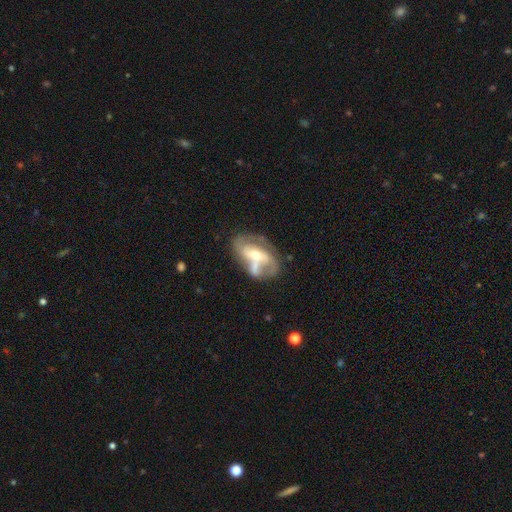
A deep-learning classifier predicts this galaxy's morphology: A featured or disk galaxy (71%) with no bar (48%), spiral arms (66%) and a moderate central bulge (54%). Merging: none (34%).